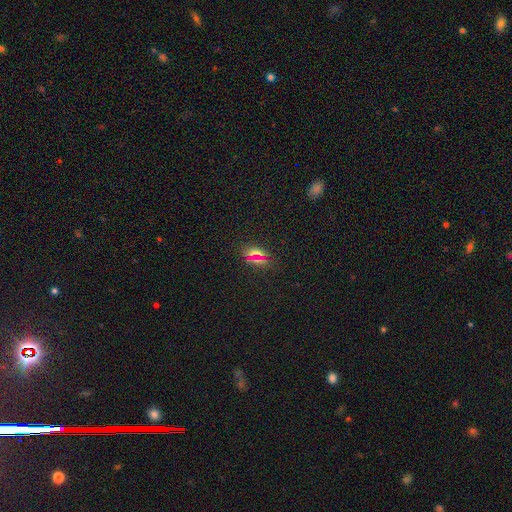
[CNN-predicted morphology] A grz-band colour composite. It shows a smooth galaxy with no disk features (54%) that is in between round and cigar-shaped (69%). Merging: none (77%).